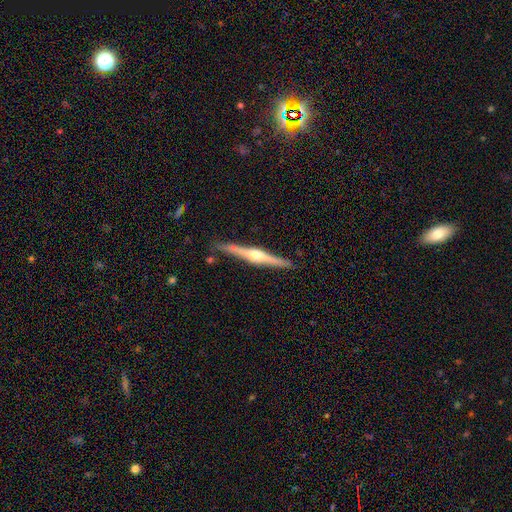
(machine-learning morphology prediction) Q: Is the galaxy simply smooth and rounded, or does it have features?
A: featured or disk — 79%.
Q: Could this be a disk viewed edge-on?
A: yes — 98%.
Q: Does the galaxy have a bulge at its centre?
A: rounded — 91%.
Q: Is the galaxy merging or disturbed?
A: none — 88%.